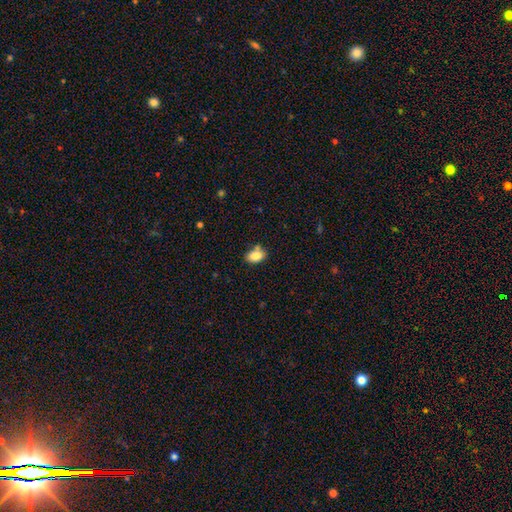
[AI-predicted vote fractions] Smooth or featured? Predicted: smooth (p=0.85). How rounded? Predicted: in between (p=0.86). Merging? Predicted: none (p=0.71).